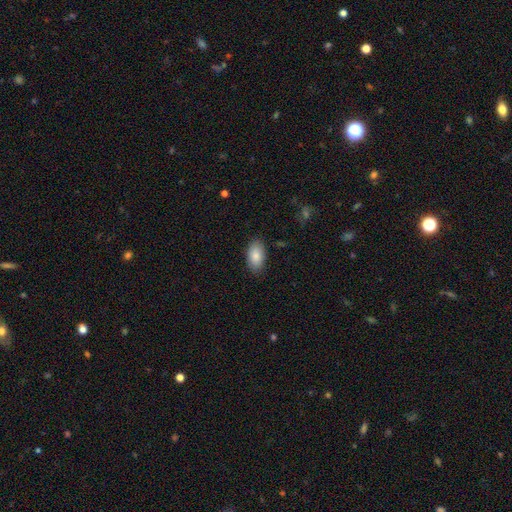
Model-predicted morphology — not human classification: type=smooth (86%); roundness=in between (94%); merging=none (86%).